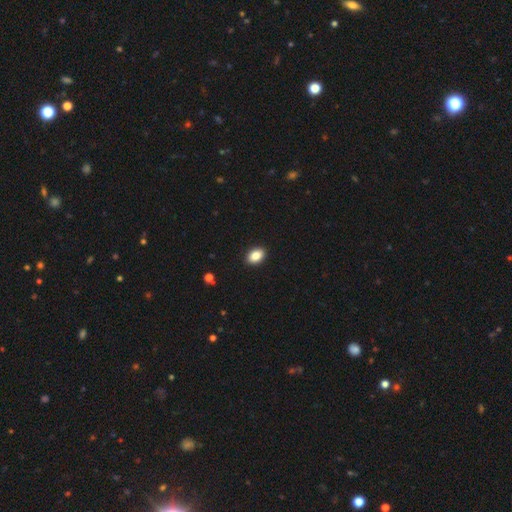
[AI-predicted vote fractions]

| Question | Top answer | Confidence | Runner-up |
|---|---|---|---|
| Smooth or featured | smooth | 87% | star or artifact (8%) |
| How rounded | in between | 86% | round (13%) |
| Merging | none | 91% | minor disturbance (6%) |